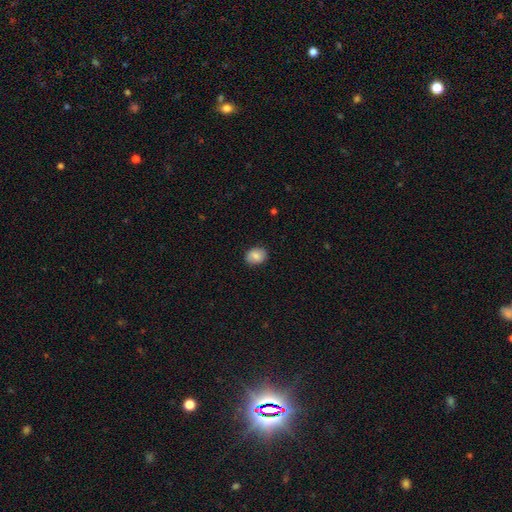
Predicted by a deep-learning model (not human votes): A smooth galaxy with no disk features (83%) that is in between round and cigar-shaped (57%).

Vote fractions:
- Smooth or featured? smooth: 83% / featured or disk: 10% / star or artifact: 8%
- How rounded? in between: 57% / round: 42% / cigar-shaped: 1%
- Merging? none: 86% / minor disturbance: 10% / major disturbance: 2% / merger: 1%